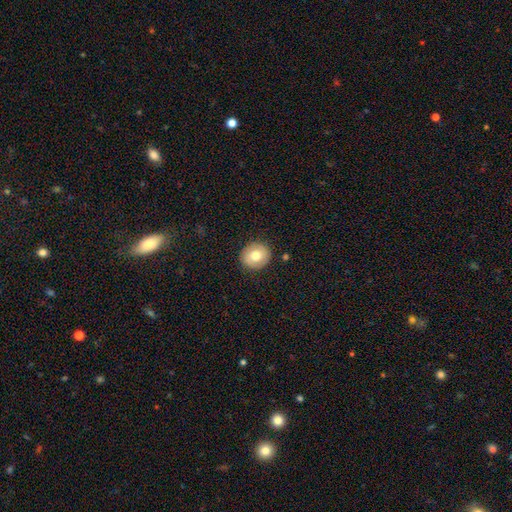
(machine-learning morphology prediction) Overall: smooth (75%). How rounded: round (83%). Merging: none (89%).